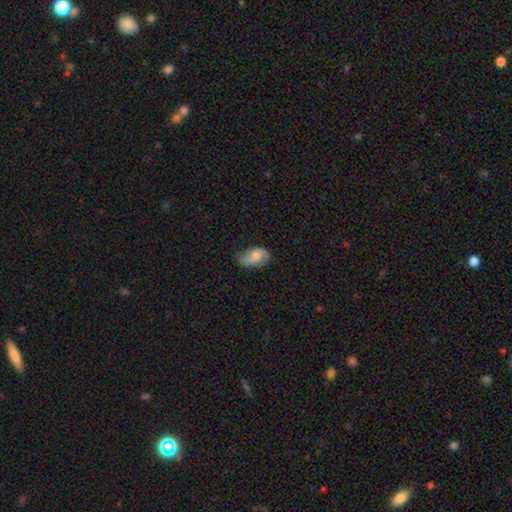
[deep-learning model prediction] This appears to be a smooth galaxy with no disk features (48%). Merging: none (56%).